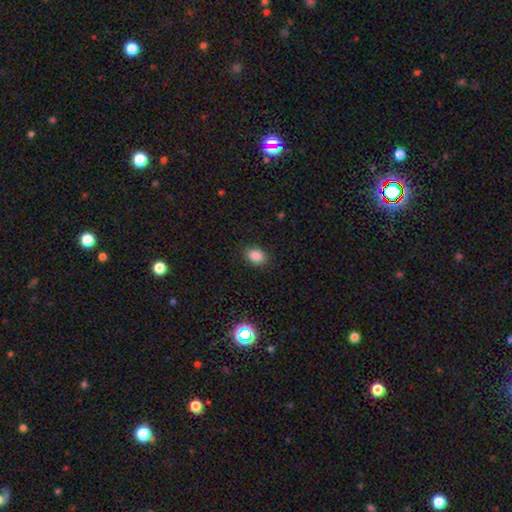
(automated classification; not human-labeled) The model was most divided on "how rounded": in between: 77%, round: 22%, cigar-shaped: 1%. More confident: merging — none (87%); smooth or featured — smooth (85%).